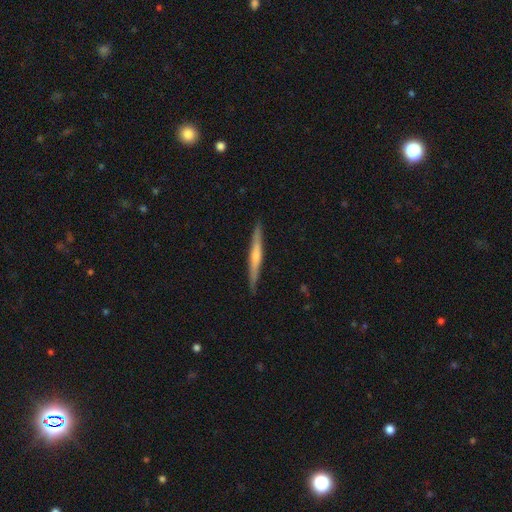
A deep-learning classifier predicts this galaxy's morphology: smooth-or-featured: featured or disk: 67% | smooth: 27% | star or artifact: 6%
  disk-edge-on: yes: 98% | no: 2%
    edge-on-bulge: rounded: 69% | none: 25% | boxy: 6%
  merging: none: 91% | minor disturbance: 6% | major disturbance: 1% | merger: 1%